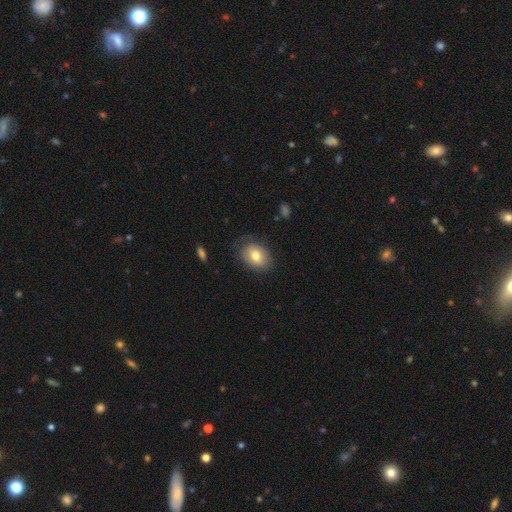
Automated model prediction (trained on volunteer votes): Smooth or featured? smooth (72%)
How rounded? in between (71%)
Merging? none (70%)